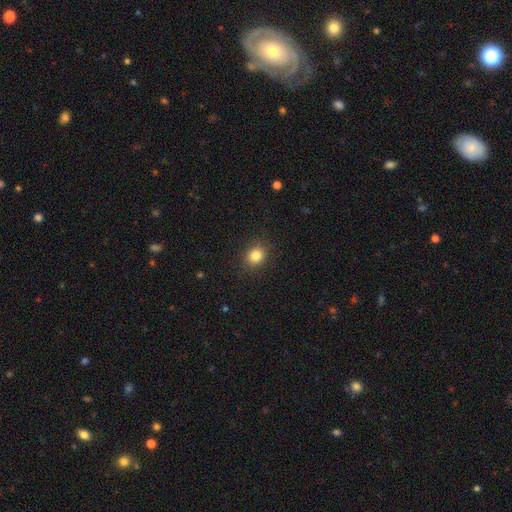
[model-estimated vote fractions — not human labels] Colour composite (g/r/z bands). It shows a smooth galaxy with no disk features (83%) that is round (71%). Merging: none (88%).